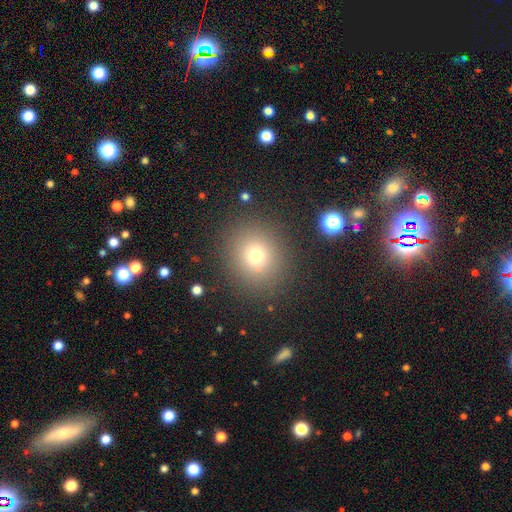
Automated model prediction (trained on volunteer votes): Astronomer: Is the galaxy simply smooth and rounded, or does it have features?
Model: smooth — 72%.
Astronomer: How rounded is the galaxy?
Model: round — 82%.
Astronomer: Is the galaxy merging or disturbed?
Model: none — 87%.